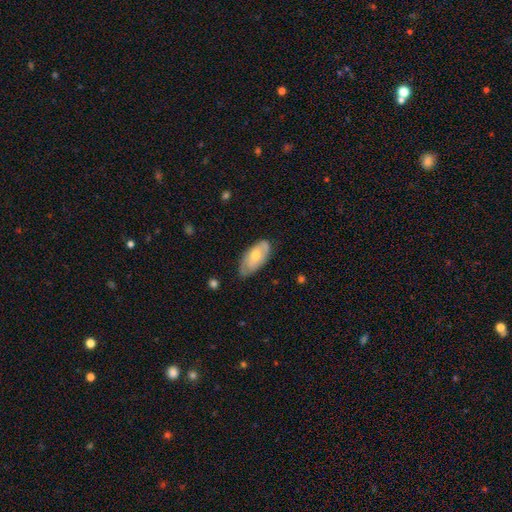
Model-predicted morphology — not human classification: This is possibly a smooth galaxy (51%). How rounded: clearly in between (91%). Merging: likely none (67%).